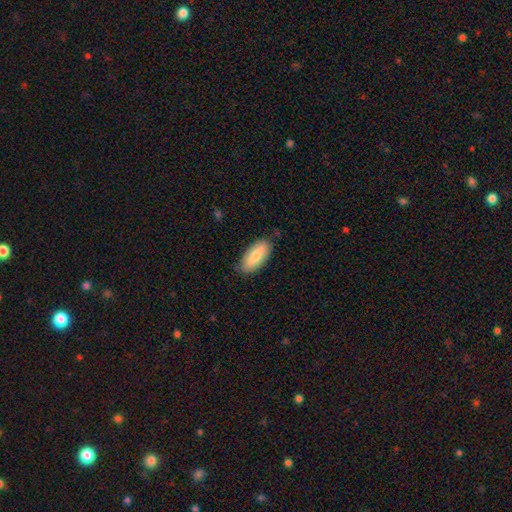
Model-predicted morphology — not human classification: A smooth galaxy with no disk features (77%) that is in between round and cigar-shaped (83%). Merging: none (81%).